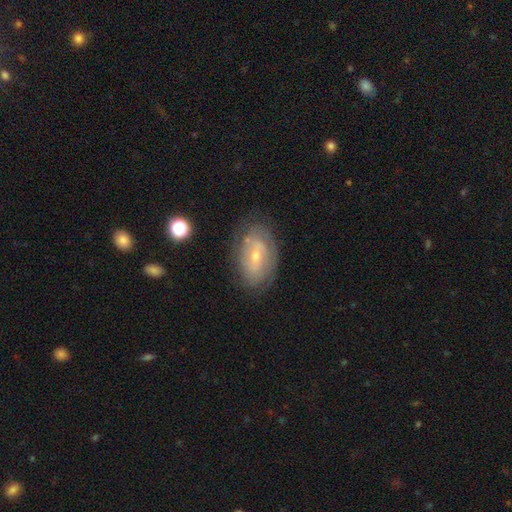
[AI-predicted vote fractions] Smooth or featured? Predicted: featured or disk (p=0.70). Edge-on disk? Predicted: no (p=0.94). Bar? Predicted: no (p=0.44). Spiral arms? Predicted: yes (p=0.73). Bulge size? Predicted: small (p=0.59). Merging? Predicted: none (p=0.73).